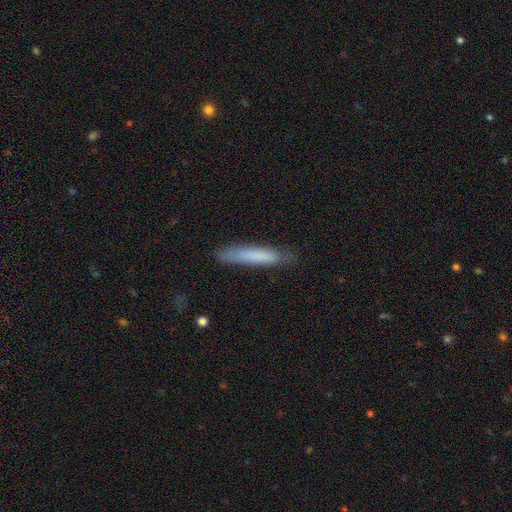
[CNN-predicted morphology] Smooth or featured? Predicted: smooth (p=0.77). How rounded? Predicted: cigar-shaped (p=0.91). Merging? Predicted: none (p=0.82).